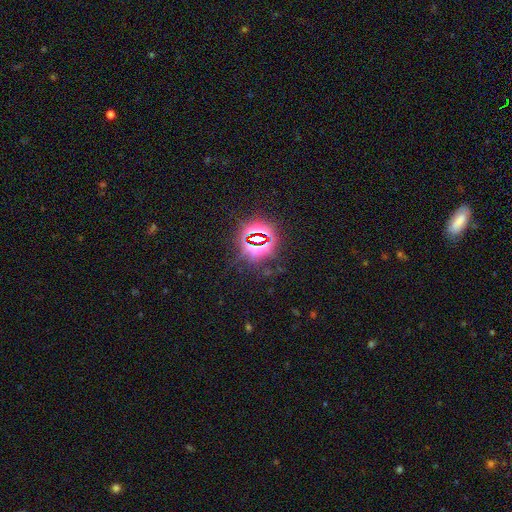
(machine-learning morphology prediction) Smooth or featured? star or artifact (81%)